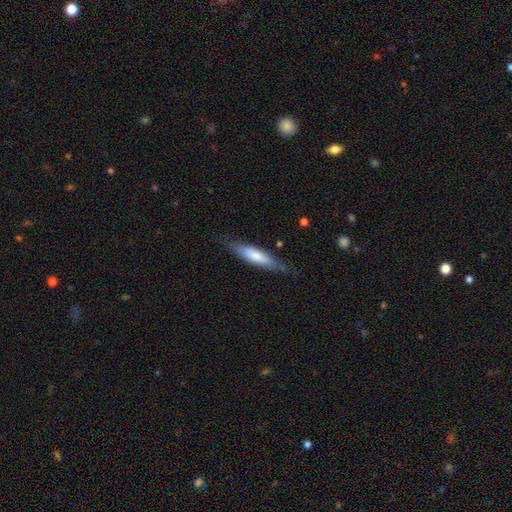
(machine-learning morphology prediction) This appears to be a smooth galaxy with no disk features (67%) that is cigar-shaped (73%). Merging: none (78%).